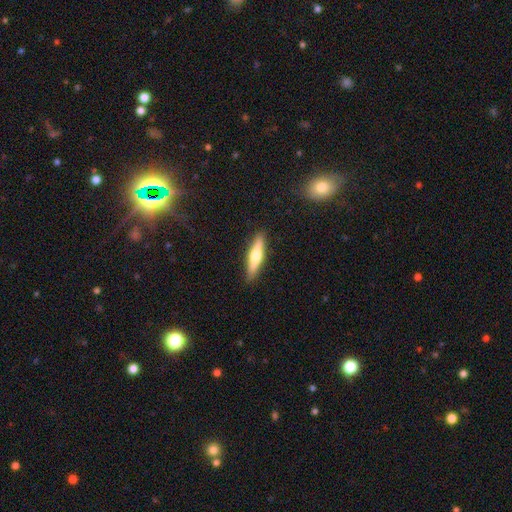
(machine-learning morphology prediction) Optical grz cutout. It shows a smooth galaxy with no disk features (52%) that is cigar-shaped (80%). Merging: none (89%).